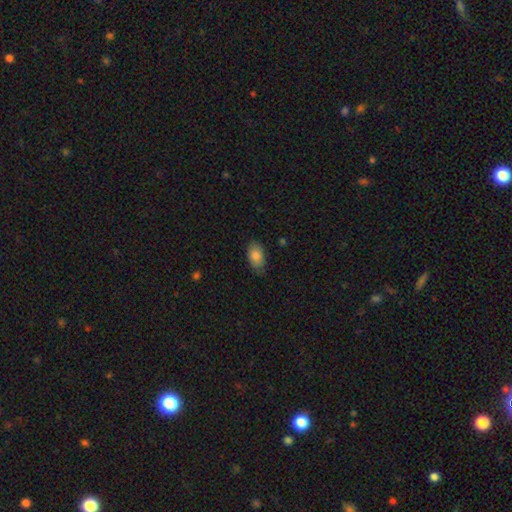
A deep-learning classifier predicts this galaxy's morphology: Smooth or featured? Predicted: smooth (p=0.84). How rounded? Predicted: in between (p=0.93). Merging? Predicted: none (p=0.77).